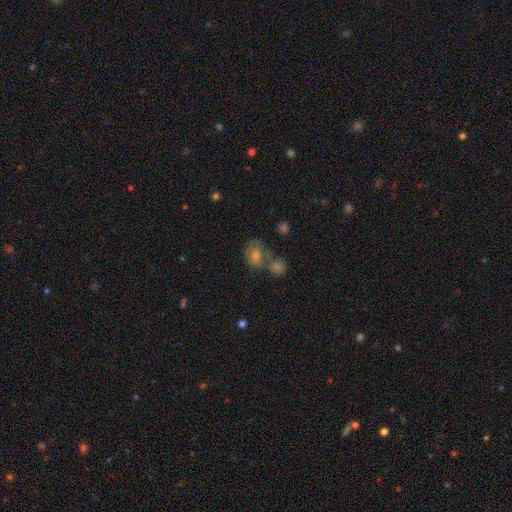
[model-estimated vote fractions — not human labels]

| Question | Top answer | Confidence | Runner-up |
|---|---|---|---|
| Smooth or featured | smooth | 47% | featured or disk (35%) |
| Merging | none | 44% | merger (32%) |